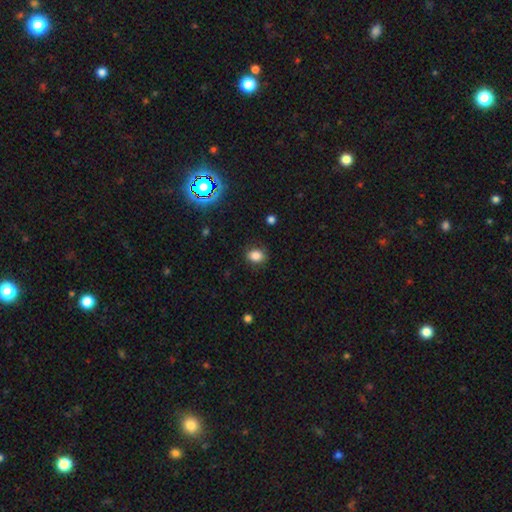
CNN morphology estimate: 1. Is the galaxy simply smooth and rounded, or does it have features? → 83% smooth, 11% star or artifact, 5% featured or disk.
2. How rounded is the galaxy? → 54% in between, 45% round, 1% cigar-shaped.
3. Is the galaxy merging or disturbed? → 85% none, 11% minor disturbance, 3% major disturbance, 1% merger.